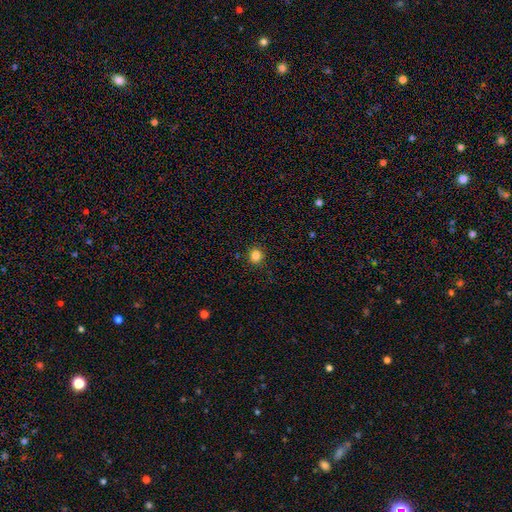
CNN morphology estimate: A smooth galaxy with no disk features (84%) that is round (85%). Merging: none (90%).